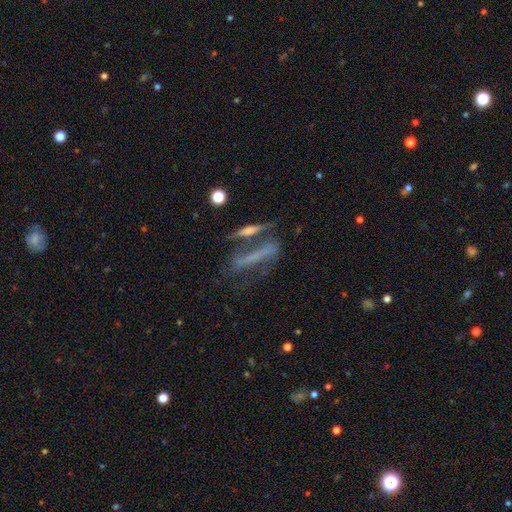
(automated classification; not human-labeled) Morphology: type=featured or disk (50%); edge-on=yes (55%); merging=none (43%).